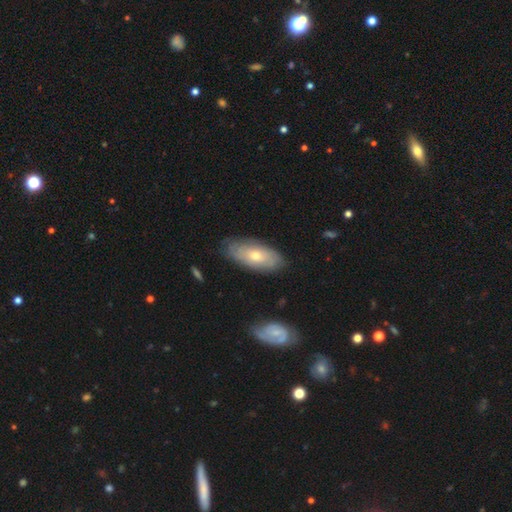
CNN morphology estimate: featured or disk 48%, smooth 46%, star or artifact 7%. Down the decision tree: merging — none (79%).